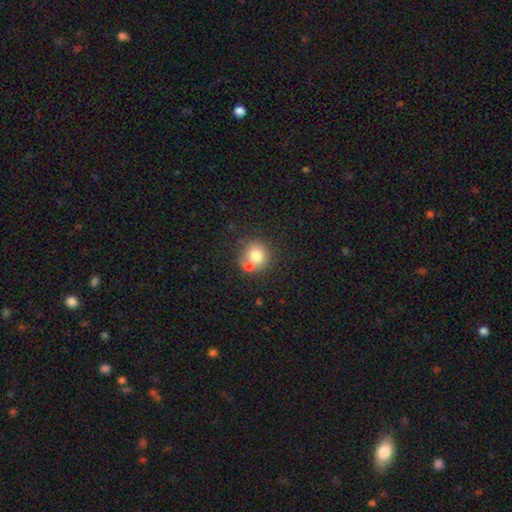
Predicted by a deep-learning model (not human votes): Morphology: type=smooth (75%); roundness=round (86%); merging=none (49%).